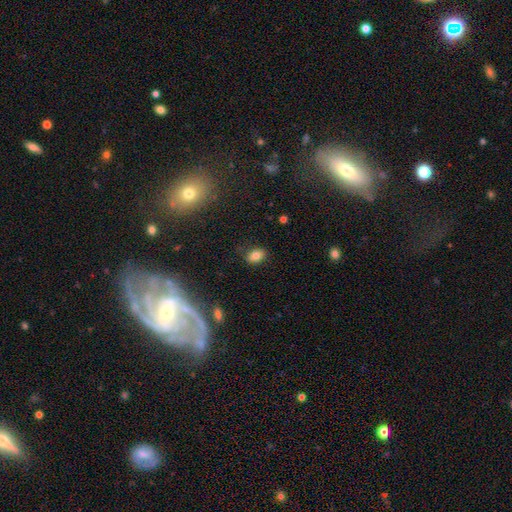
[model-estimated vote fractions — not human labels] The model was most divided on "how rounded": in between: 78%, round: 21%, cigar-shaped: 2%. More confident: merging — none (81%); smooth or featured — smooth (80%).